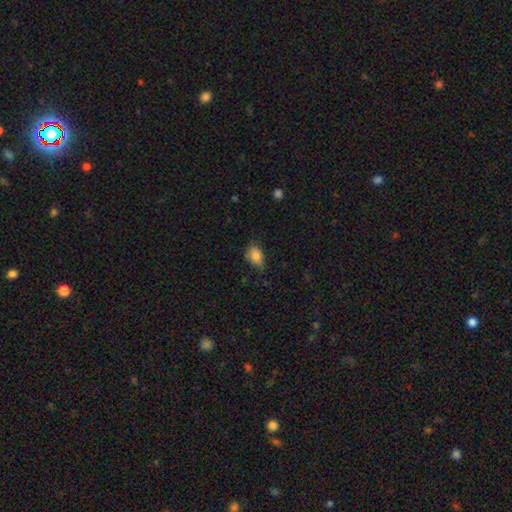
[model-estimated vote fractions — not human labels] Overall: smooth (83%). How rounded: in between (83%). Merging: none (58%; minor disturbance 32%).